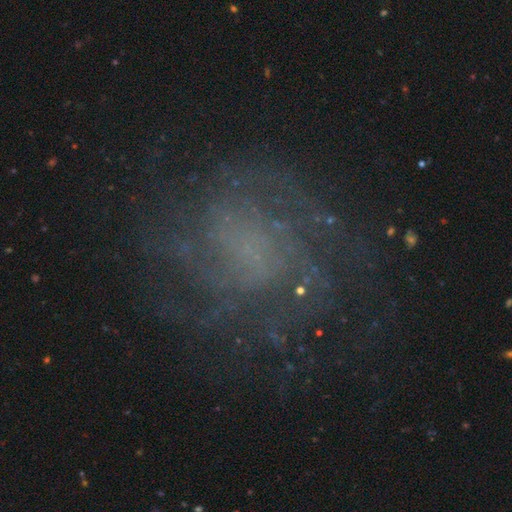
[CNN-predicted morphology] smooth_or_featured: featured or disk (p=0.73) [alt: star or artifact p=0.14]
disk_edge_on: no (p=0.98) [alt: yes p=0.02]
bar: no (p=0.67) [alt: weak p=0.28]
has_spiral_arms: yes (p=0.87) [alt: no p=0.13]
spiral_winding: tight (p=0.47) [alt: medium p=0.37]
spiral_arm_count: can't tell (p=0.42) [alt: 2 p=0.15]
bulge_size: small (p=0.46) [alt: none p=0.37]
merging: none (p=0.68) [alt: minor disturbance p=0.15]